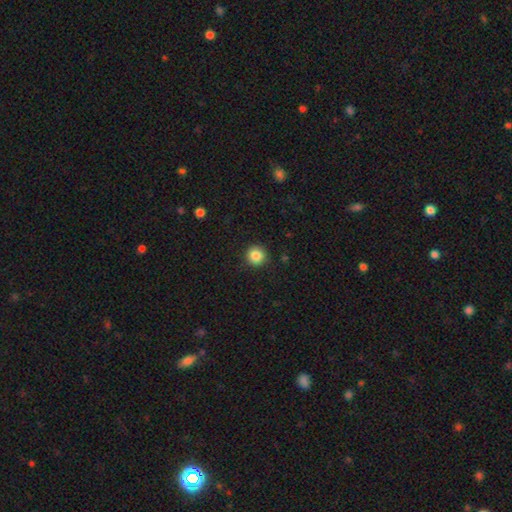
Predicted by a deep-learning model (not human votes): Smooth or featured: smooth — 86% (star or artifact — 10%)
How rounded: round — 94% (in between — 5%)
Merging: none — 91% (minor disturbance — 6%)